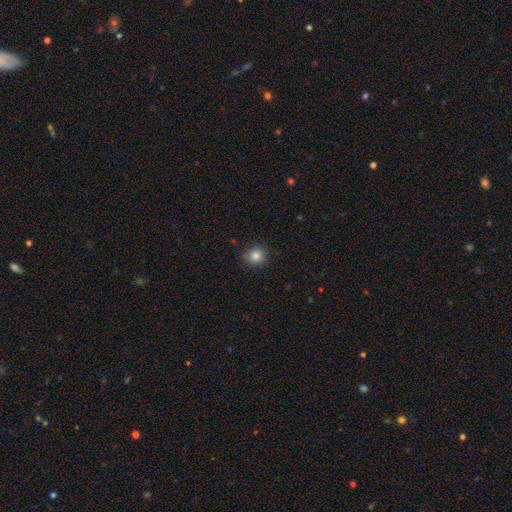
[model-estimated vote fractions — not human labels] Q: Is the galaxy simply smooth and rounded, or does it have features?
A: smooth — 85%.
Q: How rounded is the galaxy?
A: round — 90%.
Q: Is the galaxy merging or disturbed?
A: none — 86%.